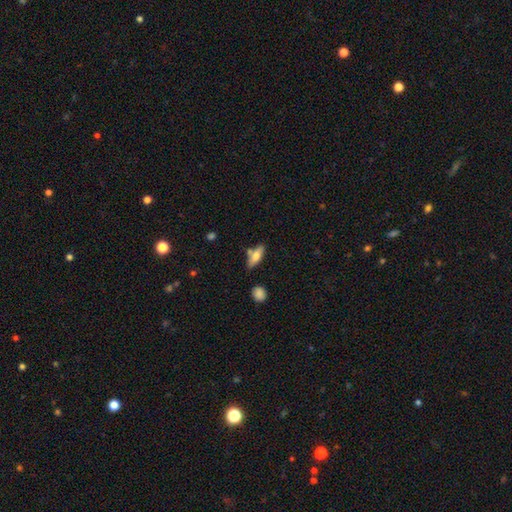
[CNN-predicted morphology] Q: Smooth or featured?
A: smooth (67%); runner-up: featured or disk (25%)
Q: How rounded?
A: in between (66%); runner-up: cigar-shaped (31%)
Q: Merging?
A: none (65%); runner-up: minor disturbance (18%)